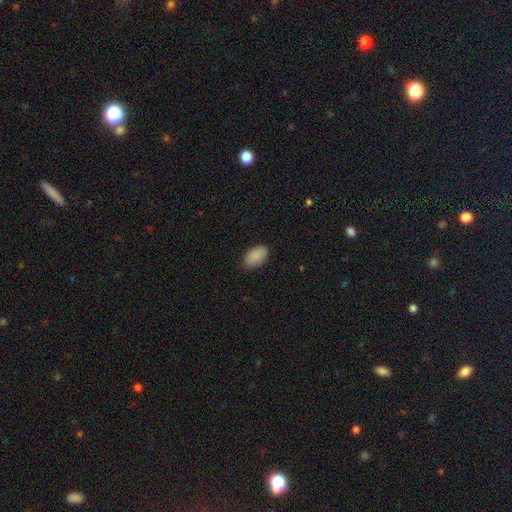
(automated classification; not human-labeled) This is clearly a smooth galaxy (89%). How rounded: clearly in between (94%). Merging: clearly none (87%).